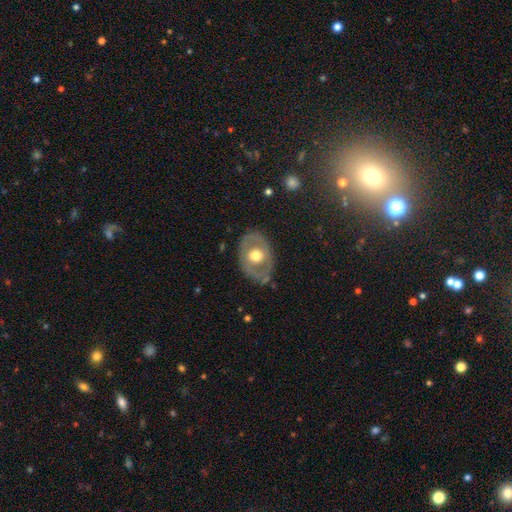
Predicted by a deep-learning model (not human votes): A featured or disk galaxy (56%) with no bar (83%), no spiral arms (80%) and a moderate central bulge (63%).

Vote fractions:
- Smooth or featured? featured or disk: 56% / smooth: 39% / star or artifact: 6%
- Edge-on disk? no: 91% / yes: 9%
- Bar? no: 83% / weak: 13% / strong: 4%
- Spiral arms? no: 80% / yes: 20%
- Bulge size? moderate: 63% / large: 30% / small: 4% / dominant: 1% / none: 1%
- Merging? none: 74% / minor disturbance: 18% / major disturbance: 7% / merger: 2%